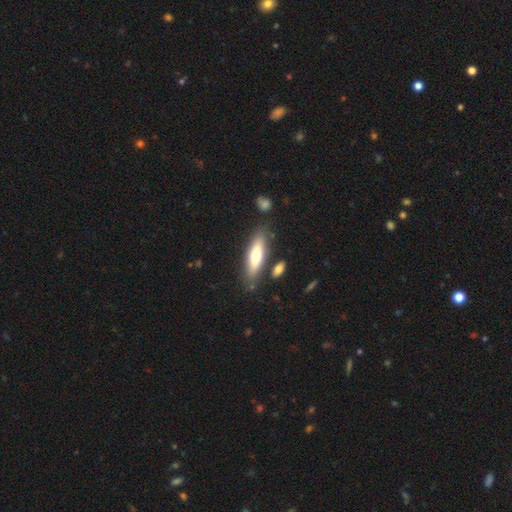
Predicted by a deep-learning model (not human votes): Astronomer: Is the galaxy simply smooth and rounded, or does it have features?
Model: smooth — 65%.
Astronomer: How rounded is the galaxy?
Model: cigar-shaped — 60% (runner-up: in between, 38%).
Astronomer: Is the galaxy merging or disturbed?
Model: none — 77%.